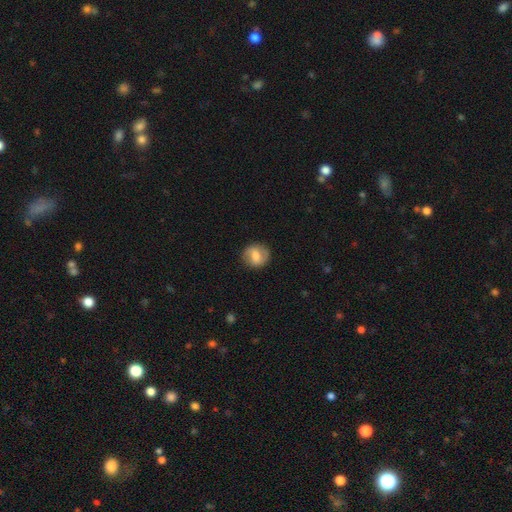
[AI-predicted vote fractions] A smooth galaxy with no disk features (55%) that is round (81%).

Vote fractions:
- Smooth or featured? smooth: 55% / featured or disk: 37% / star or artifact: 8%
- How rounded? round: 81% / in between: 18% / cigar-shaped: 1%
- Merging? none: 83% / minor disturbance: 12% / major disturbance: 4% / merger: 1%